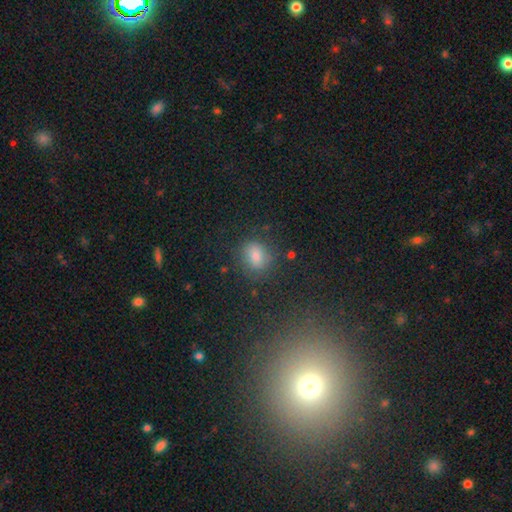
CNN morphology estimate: type=smooth (72%); roundness=round (49%, tied with in between); merging=none (79%).